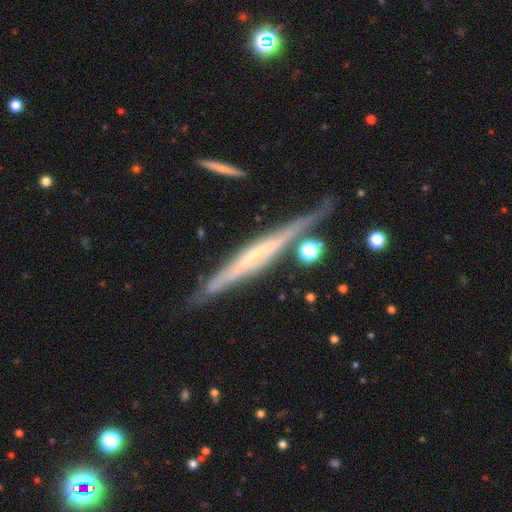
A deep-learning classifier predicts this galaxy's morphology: Smooth or featured?
  - featured or disk: 73% *
  - smooth: 21%
  - star or artifact: 6%
Edge-on disk?
  - yes: 95% *
  - no: 5%
Edge-on bulge?
  - none: 66% *
  - rounded: 20%
  - boxy: 13%
Merging?
  - none: 77% *
  - minor disturbance: 15%
  - merger: 4%
  - major disturbance: 4%